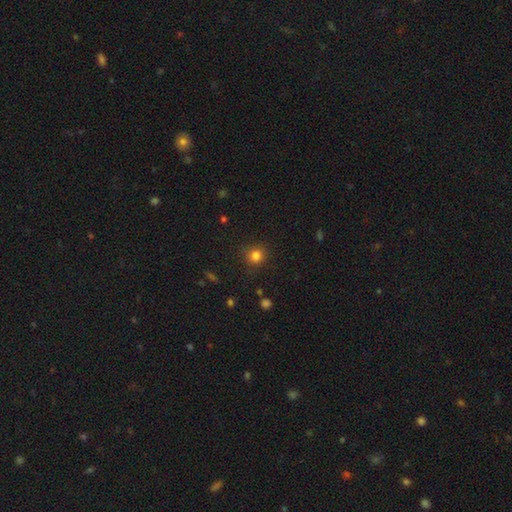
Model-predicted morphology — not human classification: Smooth or featured? smooth (82%)
How rounded? round (89%)
Merging? none (85%)